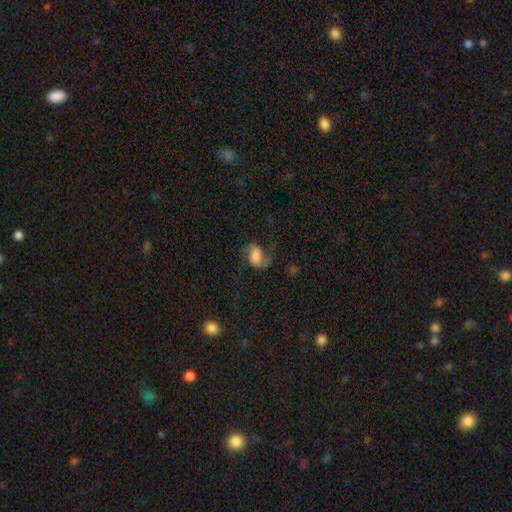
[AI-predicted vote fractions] This is possibly a featured or disk galaxy (55%). It is clearly not viewed edge-on (97%). Bar: marginally no (39%). Spiral arm pattern: clearly yes (90%). Central bulge: marginally large (36%). Merging: possibly none (58%).